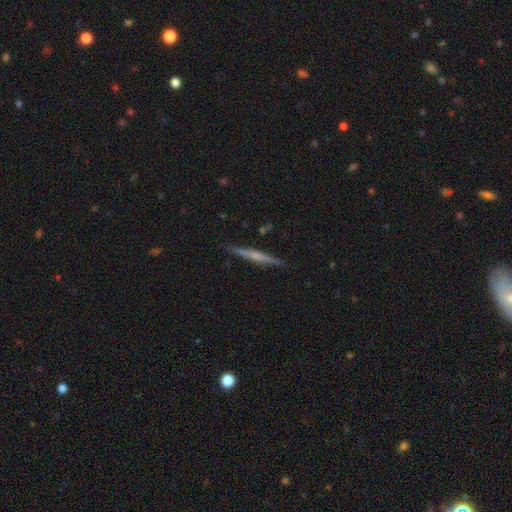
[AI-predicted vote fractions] This is likely a featured or disk galaxy (63%). It is clearly viewed edge-on (98%). Edge-on bulge: possibly rounded (48%). Merging: clearly none (90%).